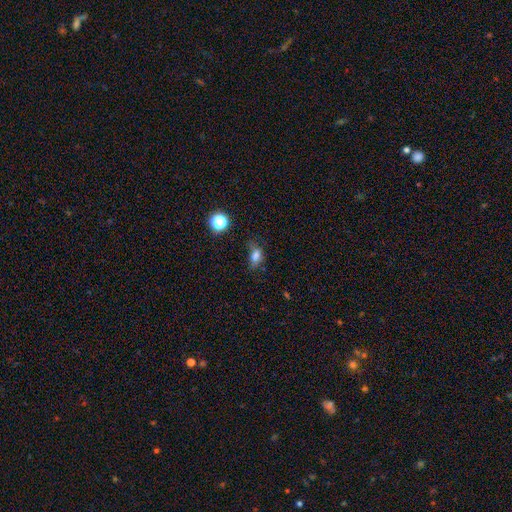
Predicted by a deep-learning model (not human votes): This appears to be a smooth galaxy with no disk features (73%) that is in between round and cigar-shaped (77%). Merging: none (46%).